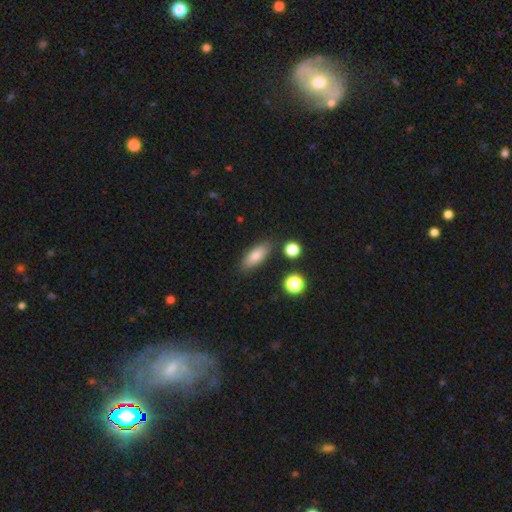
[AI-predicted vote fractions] This is clearly a smooth galaxy (82%). How rounded: likely in between (75%). Merging: clearly none (82%).